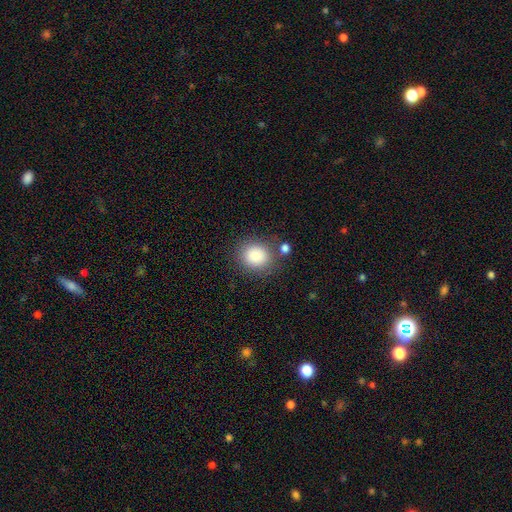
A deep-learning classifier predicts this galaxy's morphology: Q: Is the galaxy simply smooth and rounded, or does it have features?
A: smooth — 86%.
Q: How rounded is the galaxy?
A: round — 74%.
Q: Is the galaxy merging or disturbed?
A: none — 76%.